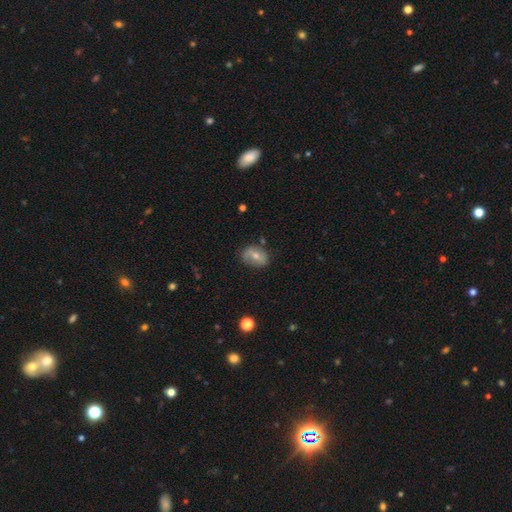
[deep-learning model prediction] Overall: smooth (55%; featured or disk 36%). How rounded: in between (73%). Merging: none (69%).